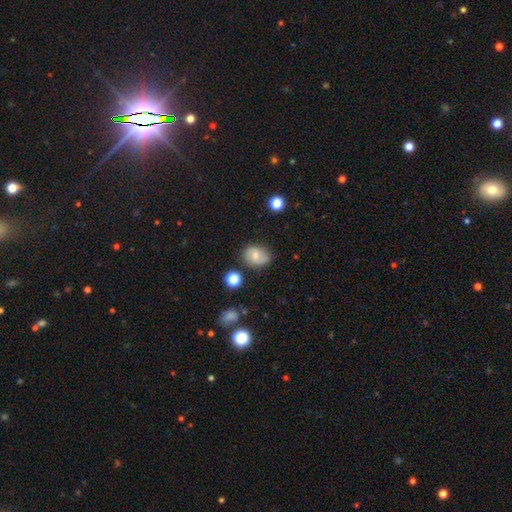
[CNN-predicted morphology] type=smooth (66%); roundness=in between (62%); merging=none (71%).